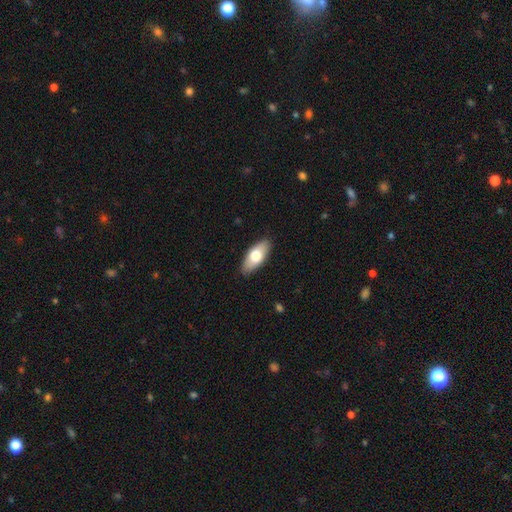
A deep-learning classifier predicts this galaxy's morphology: Smooth or featured? smooth (70%)
How rounded? in between (87%)
Merging? none (87%)